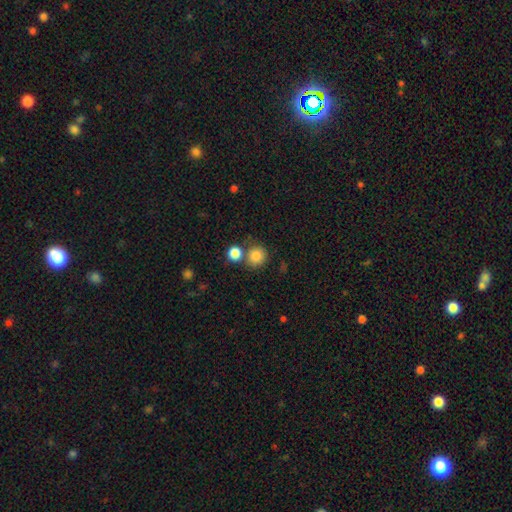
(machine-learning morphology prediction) Q: Smooth or featured?
A: smooth (84%); runner-up: star or artifact (11%)
Q: How rounded?
A: round (91%); runner-up: in between (8%)
Q: Merging?
A: none (68%); runner-up: merger (20%)